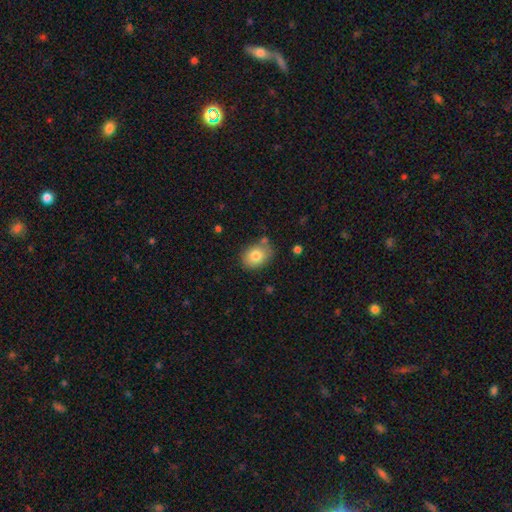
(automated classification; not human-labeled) Smooth or featured? smooth (79%)
How rounded? in between (63%)
Merging? none (72%)